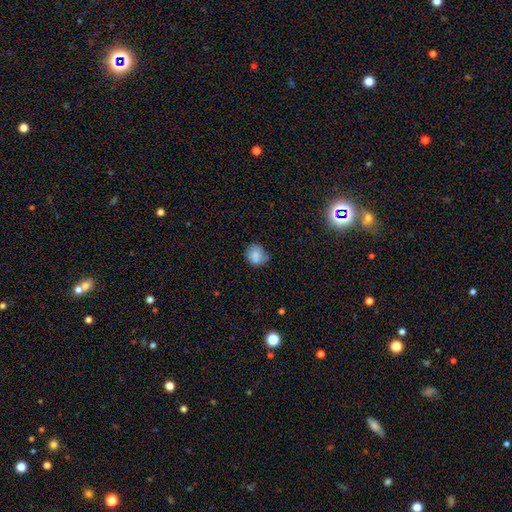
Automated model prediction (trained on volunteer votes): This appears to be a smooth galaxy with no disk features (77%) that is round (81%). Merging: none (67%).